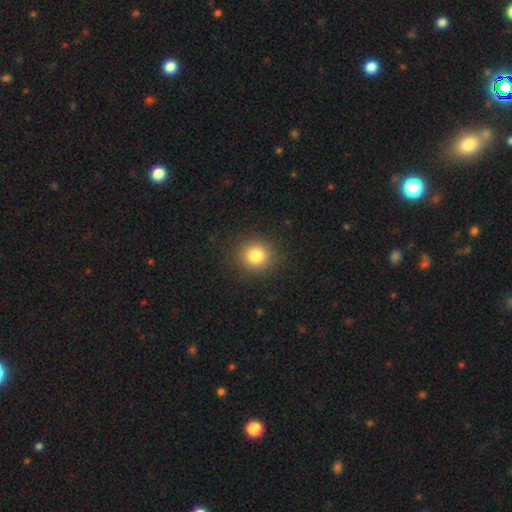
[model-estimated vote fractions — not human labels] Smooth or featured?
  - smooth: 82% *
  - star or artifact: 12%
  - featured or disk: 7%
How rounded?
  - round: 90% *
  - in between: 9%
  - cigar-shaped: 1%
Merging?
  - none: 90% *
  - minor disturbance: 6%
  - major disturbance: 3%
  - merger: 1%